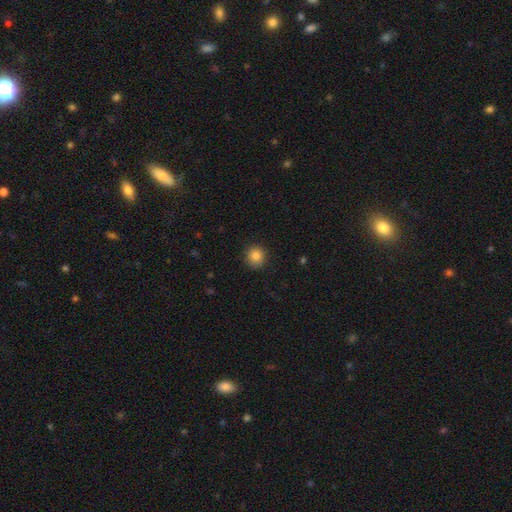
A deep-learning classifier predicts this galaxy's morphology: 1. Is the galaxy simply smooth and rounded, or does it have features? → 85% smooth, 10% star or artifact, 5% featured or disk.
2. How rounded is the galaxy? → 88% round, 11% in between, 1% cigar-shaped.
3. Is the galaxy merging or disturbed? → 90% none, 7% minor disturbance, 2% major disturbance, 1% merger.